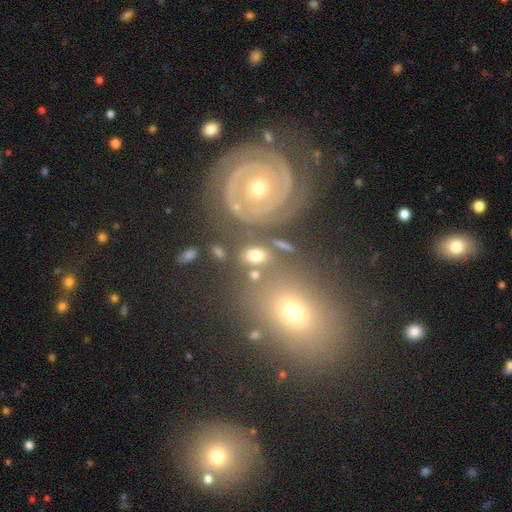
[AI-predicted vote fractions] smooth 65%, featured or disk 23%, star or artifact 13%. Down the decision tree: how rounded — in between (78%); merging — none (63%).